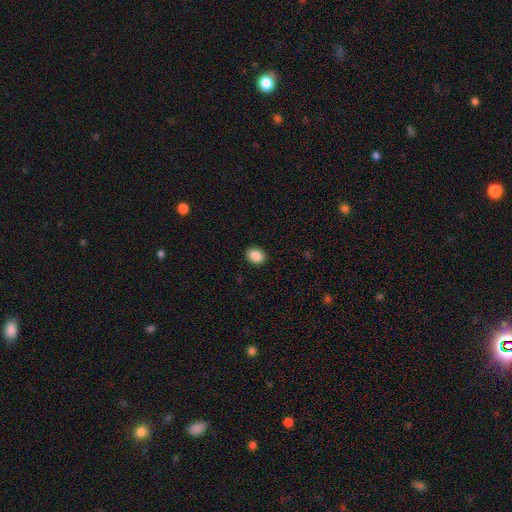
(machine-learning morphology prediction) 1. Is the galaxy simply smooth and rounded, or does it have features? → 89% smooth, 8% star or artifact, 3% featured or disk.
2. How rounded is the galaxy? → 57% in between, 43% round, 1% cigar-shaped.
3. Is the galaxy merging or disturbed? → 91% none, 6% minor disturbance, 2% major disturbance, 1% merger.